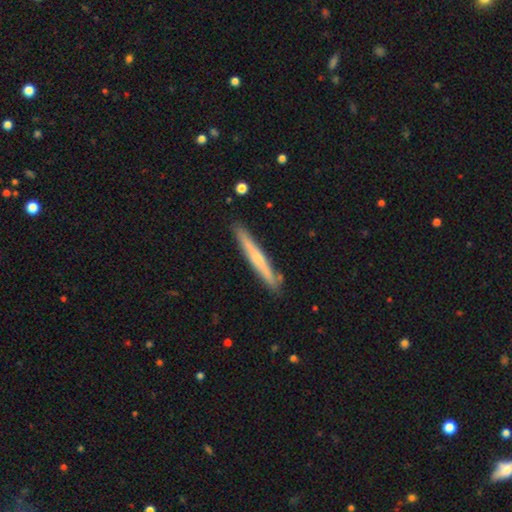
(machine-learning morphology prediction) A featured or disk galaxy (50%) viewed edge-on (95%). Merging: none (89%).